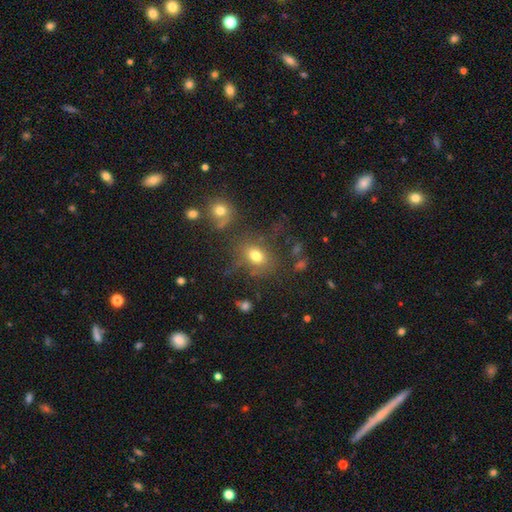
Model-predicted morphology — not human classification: smooth_or_featured: smooth (p=0.73) [alt: star or artifact p=0.15]
how_rounded: in between (p=0.65) [alt: round p=0.34]
merging: none (p=0.67) [alt: minor disturbance p=0.16]